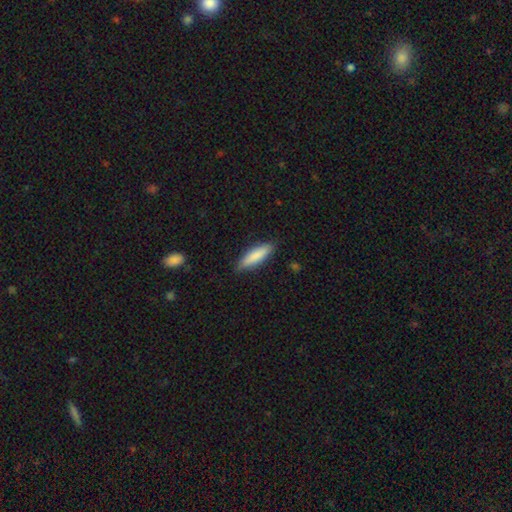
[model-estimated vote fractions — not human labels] A smooth galaxy with no disk features (84%) that is cigar-shaped (63%). Merging: none (84%).